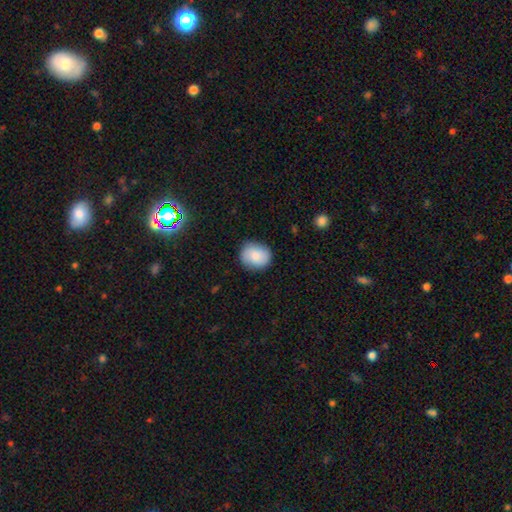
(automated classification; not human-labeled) This appears to be a smooth galaxy with no disk features (82%) that is round (68%). Merging: none (83%).